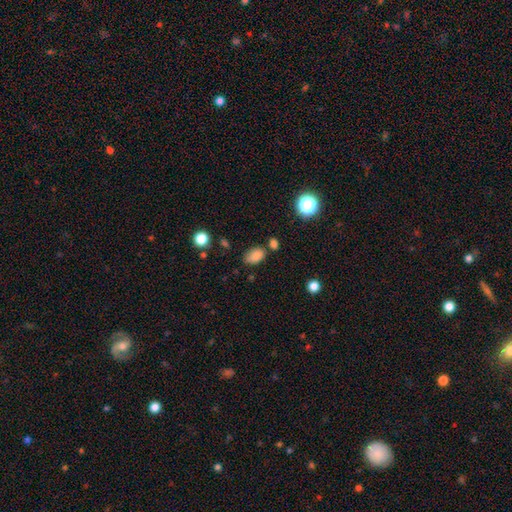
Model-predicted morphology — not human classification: A smooth galaxy with no disk features (83%) that is in between round and cigar-shaped (88%). Merging: none (68%).